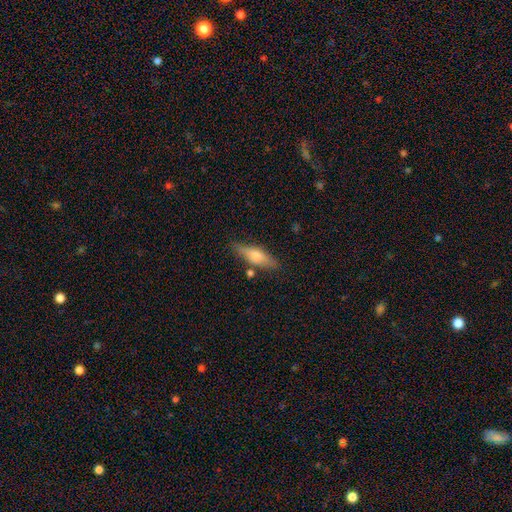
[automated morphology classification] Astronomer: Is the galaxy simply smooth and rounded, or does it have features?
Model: smooth — 60%.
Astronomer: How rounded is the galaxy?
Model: cigar-shaped — 58% (runner-up: in between, 39%).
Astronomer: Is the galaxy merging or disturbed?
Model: none — 77%.